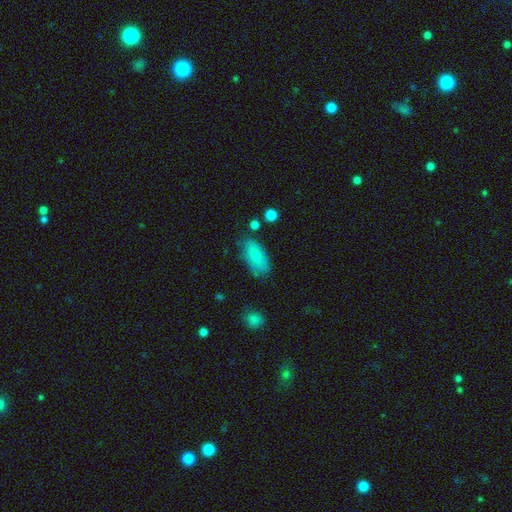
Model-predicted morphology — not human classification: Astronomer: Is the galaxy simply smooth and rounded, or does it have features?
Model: smooth — 82%.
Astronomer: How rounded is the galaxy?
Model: in between — 91%.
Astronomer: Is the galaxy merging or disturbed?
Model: none — 69%.